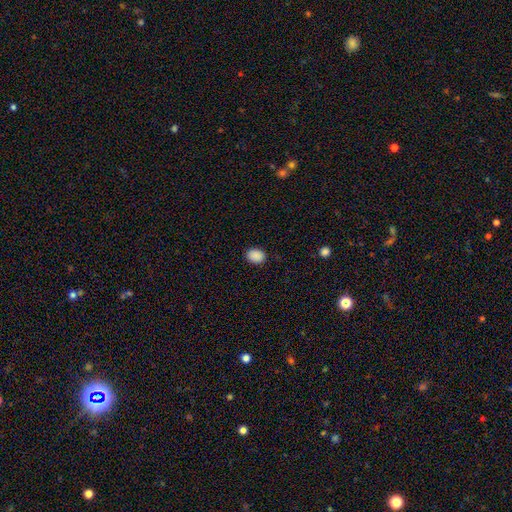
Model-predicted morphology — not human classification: smooth_or_featured: smooth (p=0.89) [alt: star or artifact p=0.08]
how_rounded: in between (p=0.60) [alt: round p=0.39]
merging: none (p=0.88) [alt: minor disturbance p=0.09]